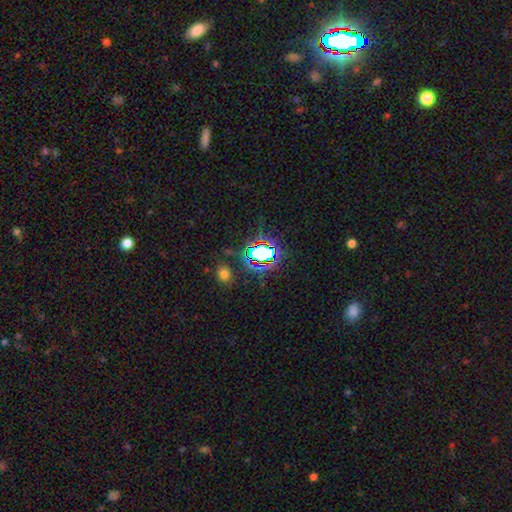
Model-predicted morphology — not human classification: Smooth or featured? star or artifact (66%)